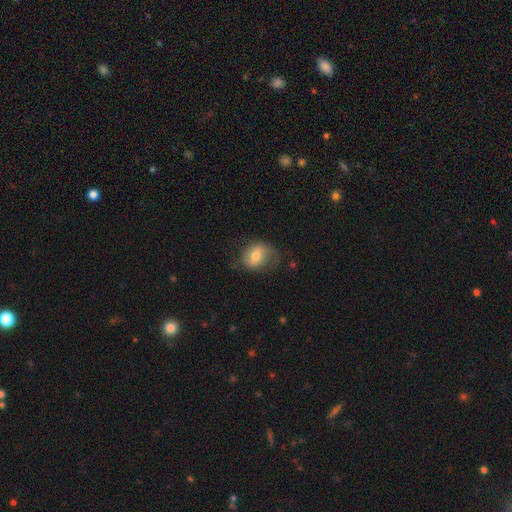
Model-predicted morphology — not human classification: smooth 61%, featured or disk 31%, star or artifact 8%. Down the decision tree: how rounded — in between (51%); merging — none (60%).